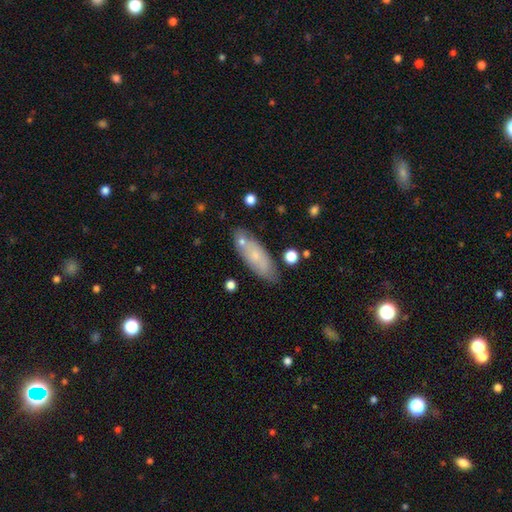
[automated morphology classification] Q: Smooth or featured?
A: smooth (65%); runner-up: featured or disk (28%)
Q: How rounded?
A: in between (63%); runner-up: cigar-shaped (35%)
Q: Merging?
A: none (71%); runner-up: minor disturbance (17%)